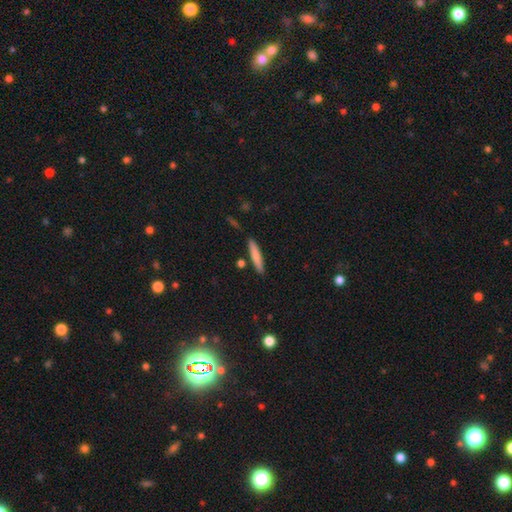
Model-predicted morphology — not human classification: Overall: smooth (76%). How rounded: cigar-shaped (90%). Merging: none (86%).